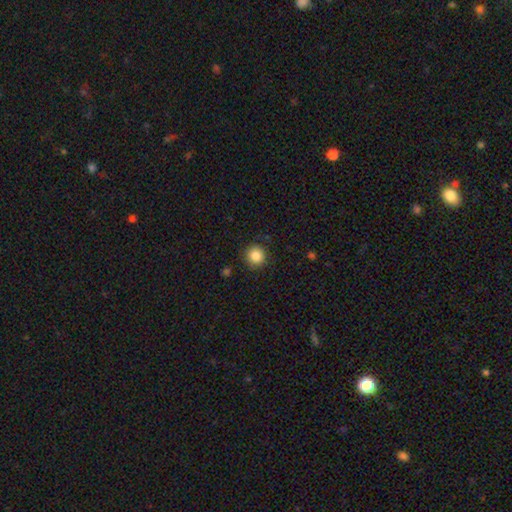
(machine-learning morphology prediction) Smooth or featured? Predicted: smooth (p=0.86). How rounded? Predicted: round (p=0.94). Merging? Predicted: none (p=0.90).